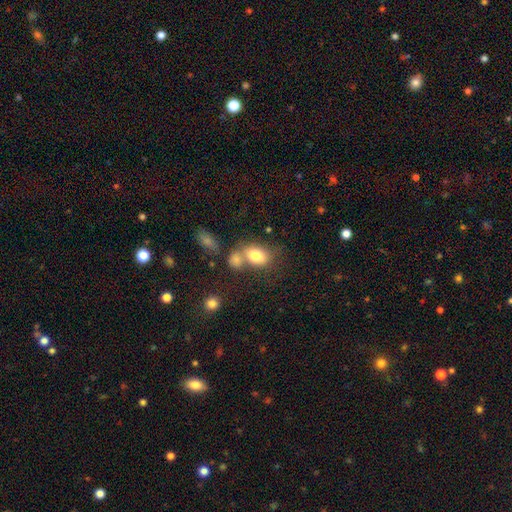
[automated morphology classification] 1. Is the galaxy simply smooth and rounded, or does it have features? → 79% smooth, 12% featured or disk, 9% star or artifact.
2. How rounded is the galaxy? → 78% in between, 20% round, 2% cigar-shaped.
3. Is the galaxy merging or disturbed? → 40% none, 39% merger, 14% minor disturbance, 7% major disturbance.